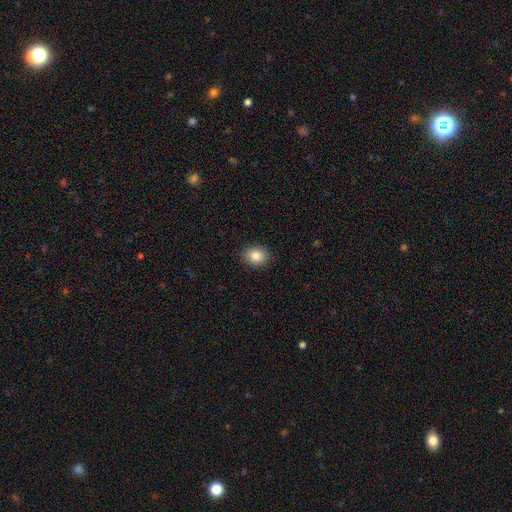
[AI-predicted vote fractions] smooth-or-featured: smooth: 86% | star or artifact: 9% | featured or disk: 5%
  how-rounded: round: 63% | in between: 36% | cigar-shaped: 1%
  merging: none: 90% | minor disturbance: 7% | major disturbance: 2% | merger: 1%